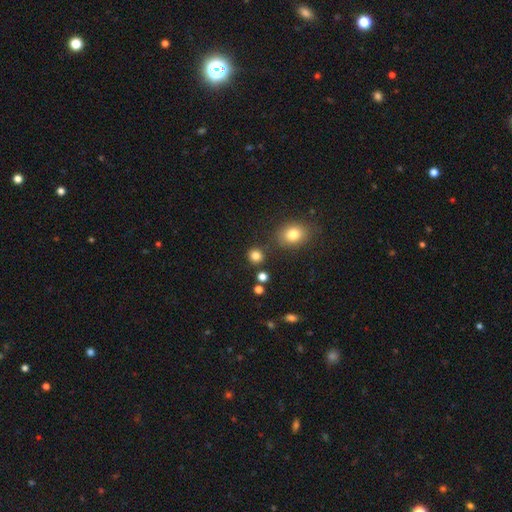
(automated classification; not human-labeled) A smooth galaxy with no disk features (82%) that is round (86%). Merging: none (82%).